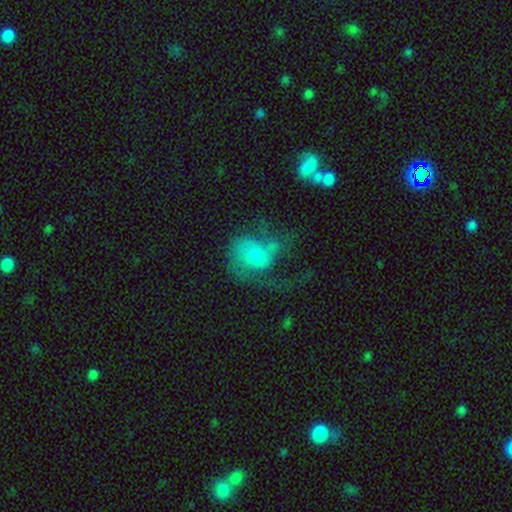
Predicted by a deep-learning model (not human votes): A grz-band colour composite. It shows a featured or disk galaxy (60%) with no bar (72%), spiral arms (76%) and a moderate central bulge (55%). Merging: major disturbance (49%).